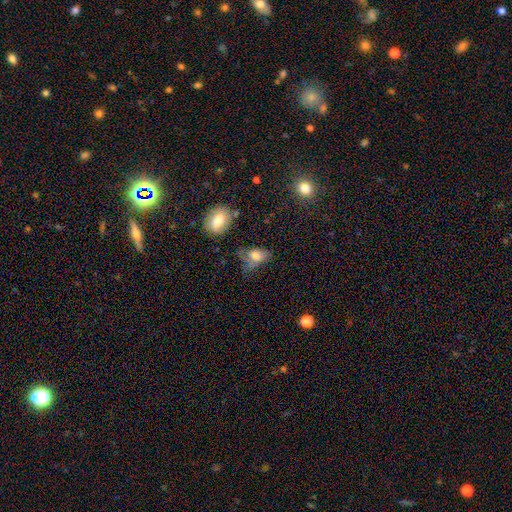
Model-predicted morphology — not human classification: This appears to be a smooth galaxy with no disk features (73%) that is in between round and cigar-shaped (83%). Merging: none (36%).